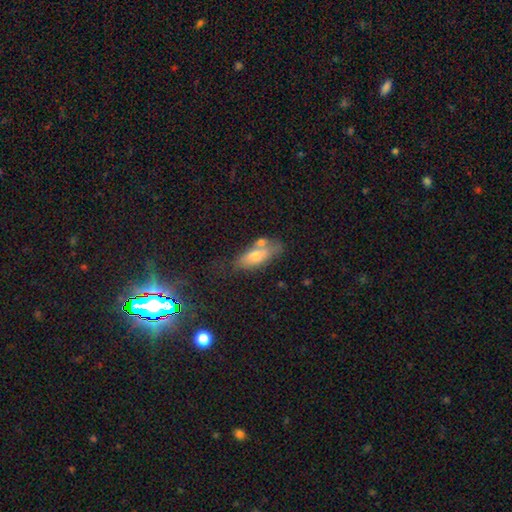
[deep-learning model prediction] A smooth galaxy with no disk features (67%) that is in between round and cigar-shaped (74%). Merging: none (55%).